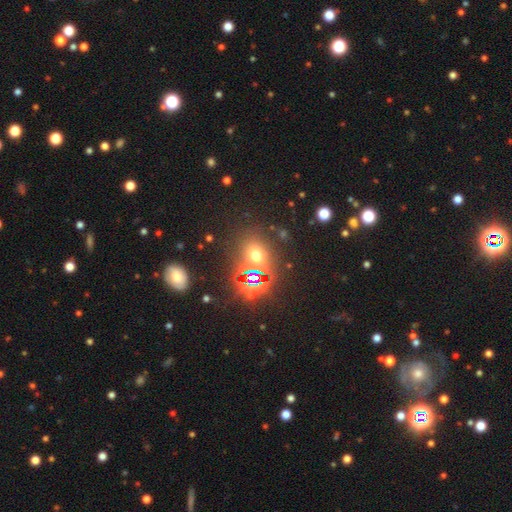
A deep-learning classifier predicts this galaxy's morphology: Smooth or featured? Predicted: star or artifact (p=0.45, tied with smooth).